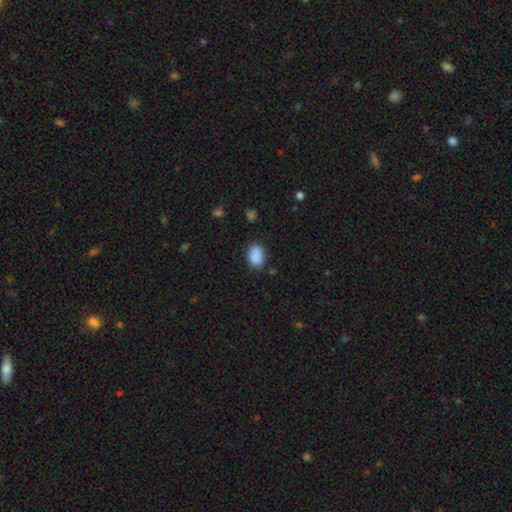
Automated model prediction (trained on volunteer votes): Morphology: type=smooth (88%); roundness=in between (81%); merging=none (77%).